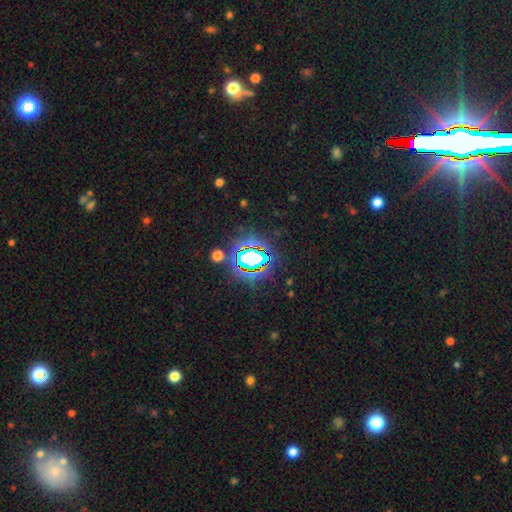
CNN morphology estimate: This is likely a star or artifact rather than a galaxy (68%).